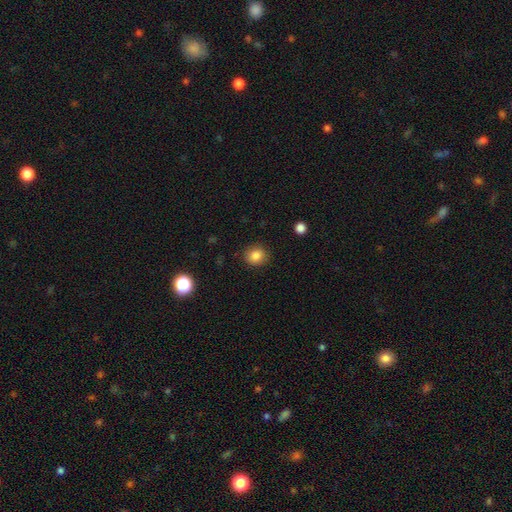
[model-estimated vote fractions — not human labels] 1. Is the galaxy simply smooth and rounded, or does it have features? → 84% smooth, 11% star or artifact, 5% featured or disk.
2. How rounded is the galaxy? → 75% round, 24% in between, 1% cigar-shaped.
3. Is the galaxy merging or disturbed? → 88% none, 9% minor disturbance, 3% major disturbance, 1% merger.